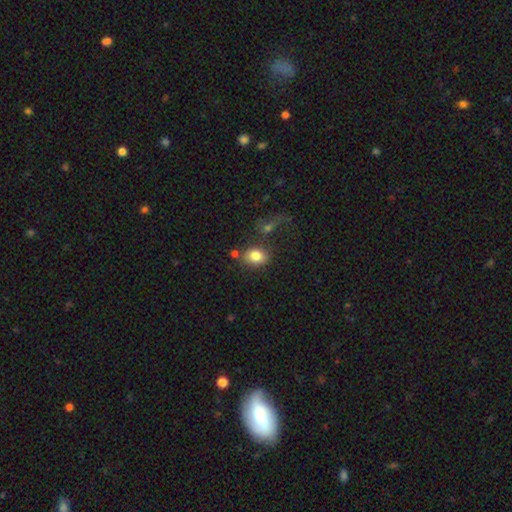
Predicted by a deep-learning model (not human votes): This is clearly a smooth galaxy (82%). How rounded: likely in between (64%). Merging: likely none (66%).